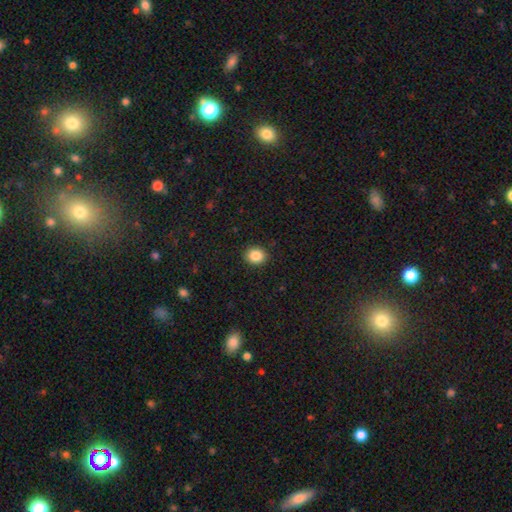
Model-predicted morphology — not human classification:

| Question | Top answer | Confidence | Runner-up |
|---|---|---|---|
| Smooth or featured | smooth | 86% | star or artifact (10%) |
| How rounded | round | 69% | in between (30%) |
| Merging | none | 91% | minor disturbance (6%) |